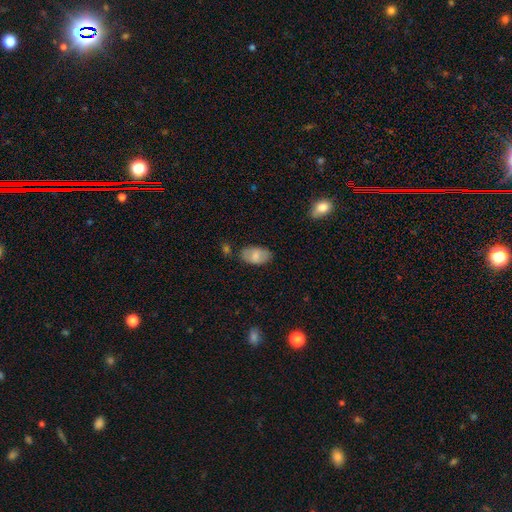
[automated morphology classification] This is likely a smooth galaxy (74%). How rounded: clearly in between (94%). Merging: likely none (76%).